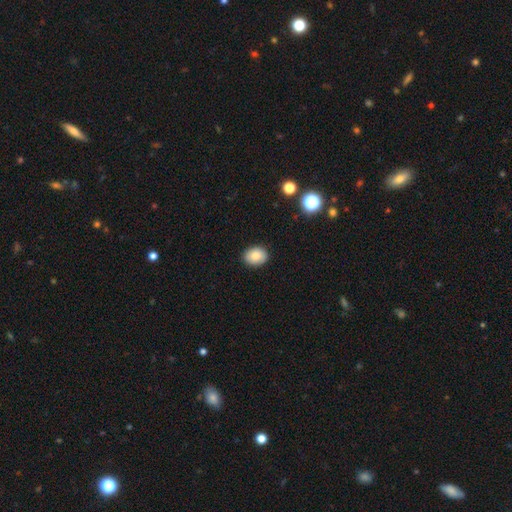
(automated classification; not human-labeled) smooth 83%, star or artifact 9%, featured or disk 8%. Down the decision tree: how rounded — in between (61%); merging — none (89%).